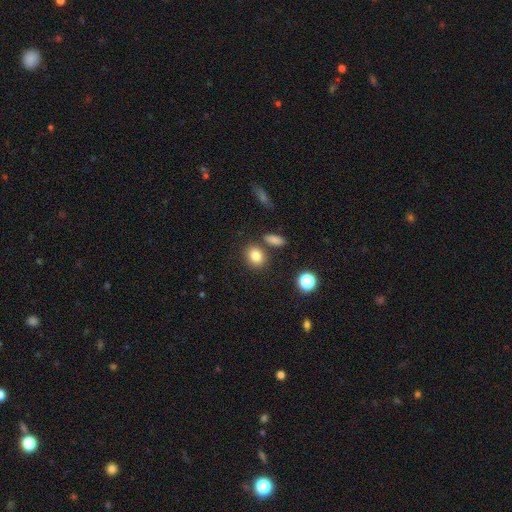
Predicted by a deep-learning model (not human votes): smooth_or_featured: smooth (p=0.82) [alt: star or artifact p=0.12]
how_rounded: round (p=0.57) [alt: in between p=0.41]
merging: none (p=0.78) [alt: minor disturbance p=0.10]